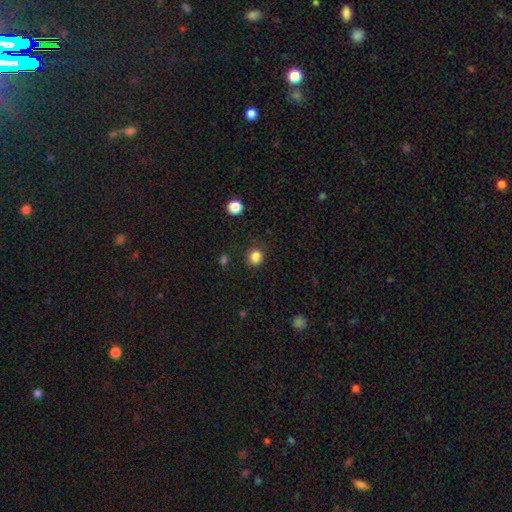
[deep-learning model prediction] Overall: smooth (84%). How rounded: round (82%). Merging: none (84%).